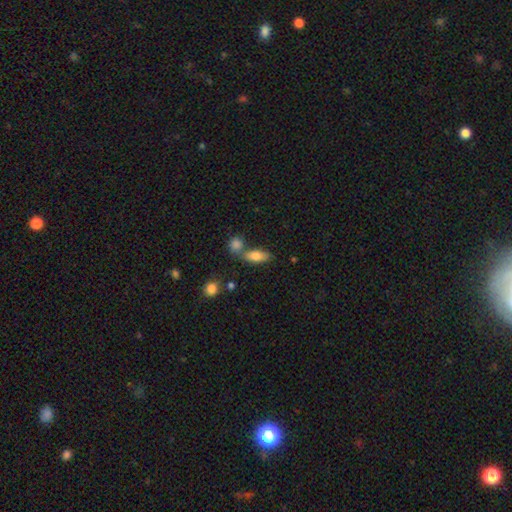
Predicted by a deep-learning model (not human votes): The model was most divided on "merging": none: 56%, merger: 27%, minor disturbance: 13%, major disturbance: 4%. More confident: how rounded — in between (79%); smooth or featured — smooth (78%).